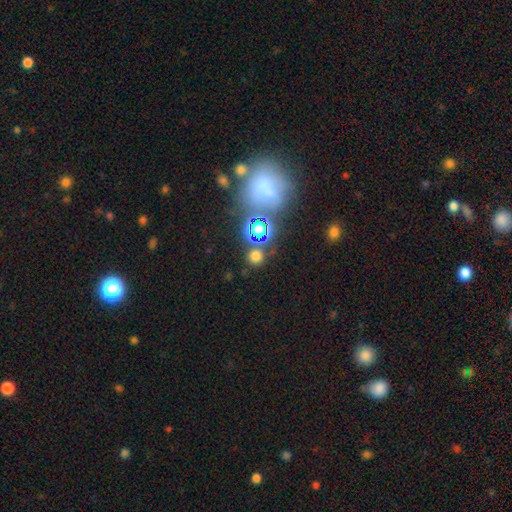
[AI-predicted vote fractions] This is likely a smooth galaxy (61%). How rounded: clearly round (89%). Merging: likely none (78%).